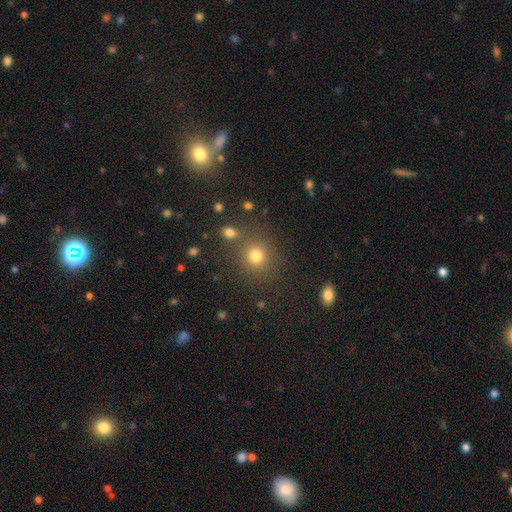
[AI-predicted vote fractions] A smooth galaxy with no disk features (77%) that is round (88%).

Vote fractions:
- Smooth or featured? smooth: 77% / star or artifact: 16% / featured or disk: 7%
- How rounded? round: 88% / in between: 11% / cigar-shaped: 1%
- Merging? none: 77% / merger: 10% / minor disturbance: 9% / major disturbance: 4%